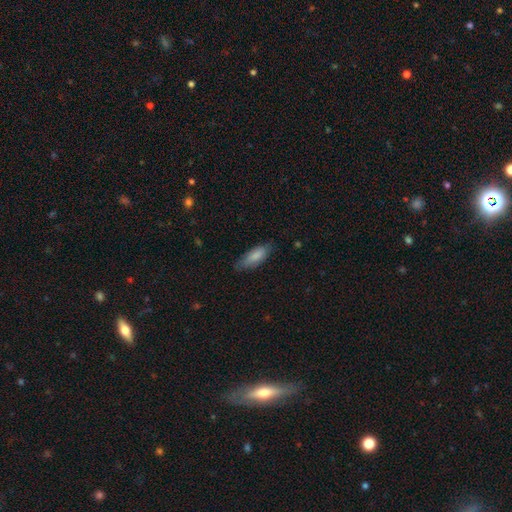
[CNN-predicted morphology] smooth 82%, featured or disk 12%, star or artifact 6%. Down the decision tree: how rounded — in between (71%); merging — none (72%).